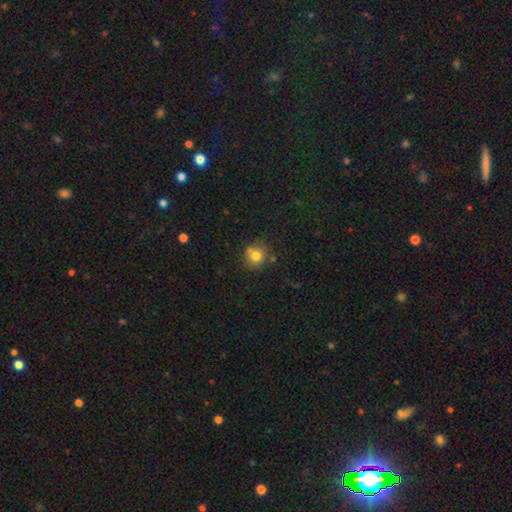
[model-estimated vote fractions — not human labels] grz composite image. It shows a smooth galaxy with no disk features (77%) that is round (86%). Merging: none (67%).